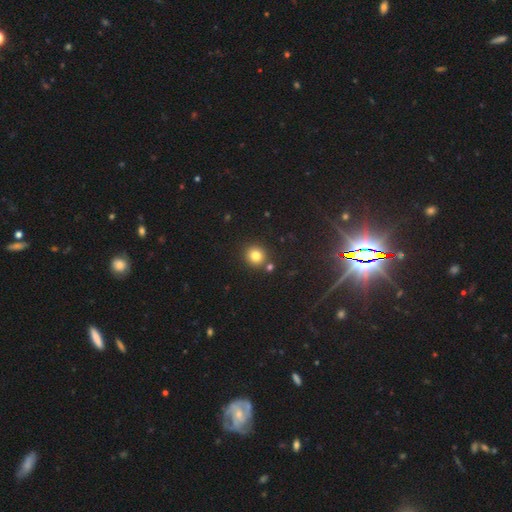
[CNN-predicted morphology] Smooth or featured? Predicted: smooth (p=0.80). How rounded? Predicted: round (p=0.90). Merging? Predicted: none (p=0.81).